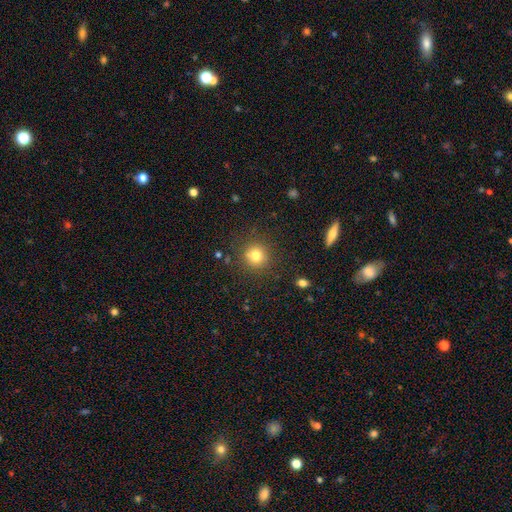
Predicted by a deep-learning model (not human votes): Smooth or featured? smooth (78%)
How rounded? round (93%)
Merging? none (86%)